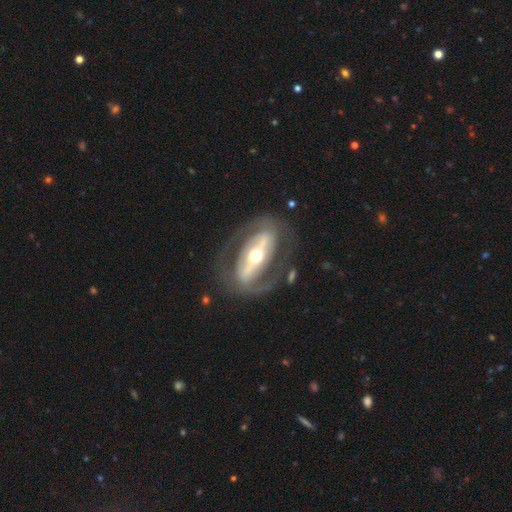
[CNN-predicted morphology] Overall: featured or disk (83%). Edge-on disk: no (88%). Bar: strong (72%). Spiral arms: yes (61%; no 39%). Bulge size: moderate (69%). Merging: none (72%).